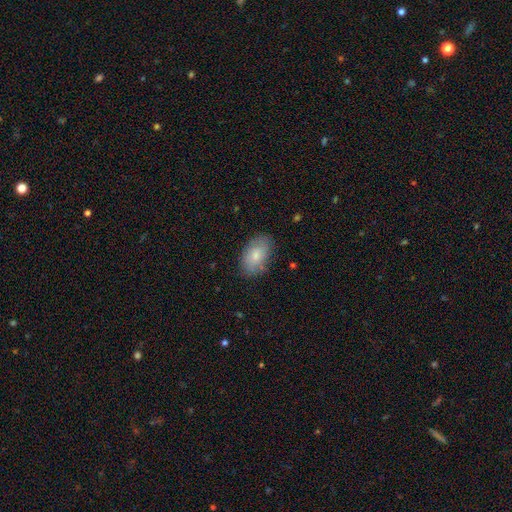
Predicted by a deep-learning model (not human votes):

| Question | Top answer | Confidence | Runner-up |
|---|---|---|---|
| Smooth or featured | smooth | 77% | featured or disk (16%) |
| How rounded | in between | 92% | round (7%) |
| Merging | none | 78% | minor disturbance (17%) |